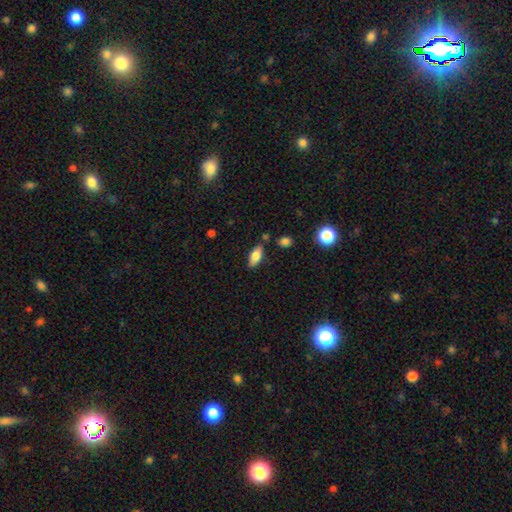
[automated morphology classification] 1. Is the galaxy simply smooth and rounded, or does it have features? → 76% smooth, 16% featured or disk, 8% star or artifact.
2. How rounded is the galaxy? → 85% in between, 12% cigar-shaped, 3% round.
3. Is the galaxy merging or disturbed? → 77% none, 14% minor disturbance, 5% merger, 3% major disturbance.